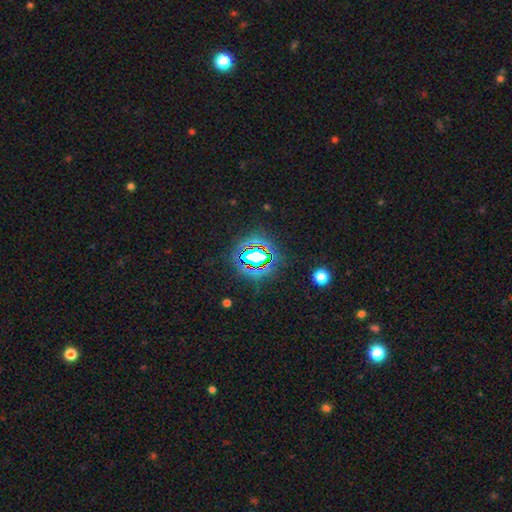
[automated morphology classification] Smooth or featured? Predicted: star or artifact (p=0.72).